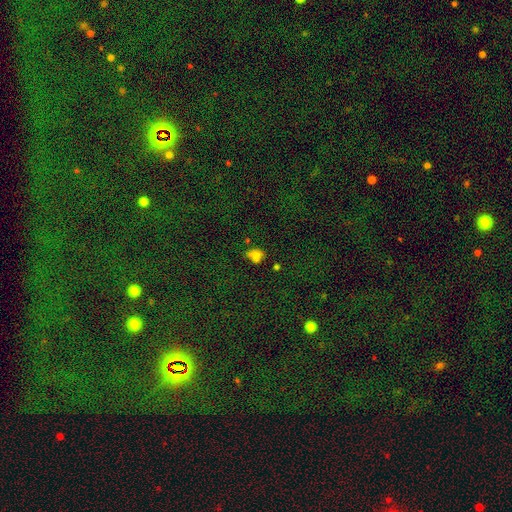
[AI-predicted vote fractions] Q: Smooth or featured?
A: smooth (61%); runner-up: star or artifact (30%)
Q: How rounded?
A: in between (70%); runner-up: round (27%)
Q: Merging?
A: none (45%); runner-up: minor disturbance (26%)